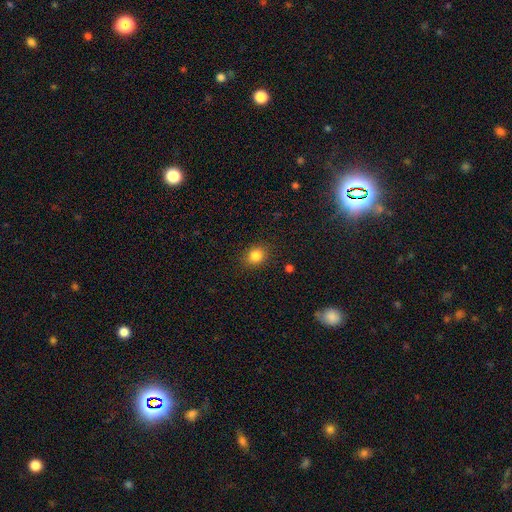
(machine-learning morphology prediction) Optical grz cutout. It shows a smooth galaxy with no disk features (84%) that is round (62%). Merging: none (87%).